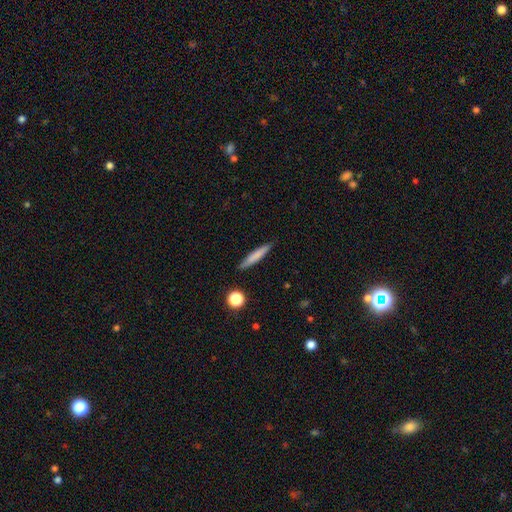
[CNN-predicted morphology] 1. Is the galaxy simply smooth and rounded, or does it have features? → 74% smooth, 19% featured or disk, 7% star or artifact.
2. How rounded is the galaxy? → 92% cigar-shaped, 6% in between, 2% round.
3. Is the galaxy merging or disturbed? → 88% none, 9% minor disturbance, 2% major disturbance, 2% merger.